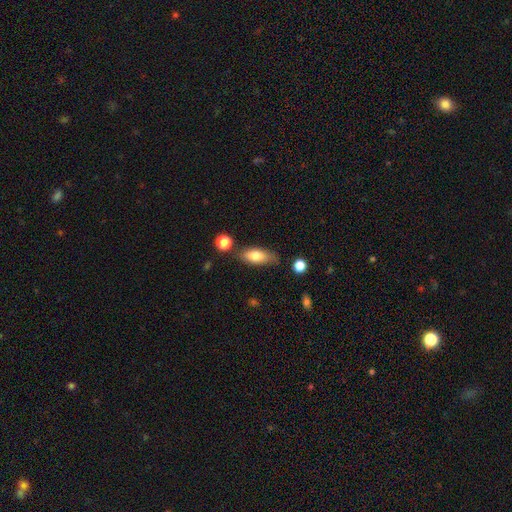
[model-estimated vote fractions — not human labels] smooth-or-featured: smooth: 76% | featured or disk: 17% | star or artifact: 7%
  how-rounded: in between: 74% | cigar-shaped: 23% | round: 3%
  merging: none: 69% | minor disturbance: 20% | merger: 6% | major disturbance: 5%